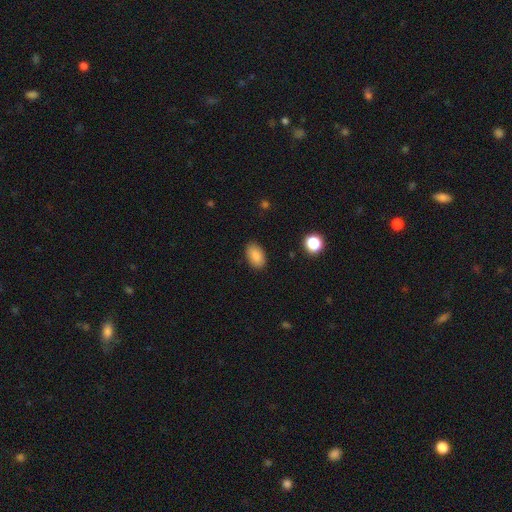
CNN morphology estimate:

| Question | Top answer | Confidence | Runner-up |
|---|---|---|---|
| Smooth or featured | smooth | 87% | star or artifact (8%) |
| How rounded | in between | 92% | round (6%) |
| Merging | none | 87% | minor disturbance (9%) |